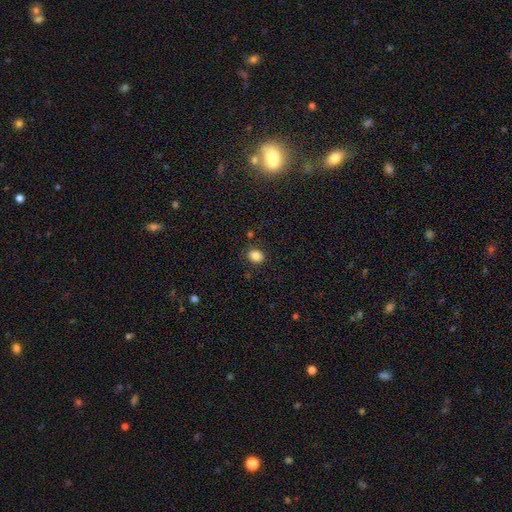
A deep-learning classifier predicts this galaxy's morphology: This appears to be a smooth galaxy with no disk features (84%) that is round (53%). Merging: none (84%).